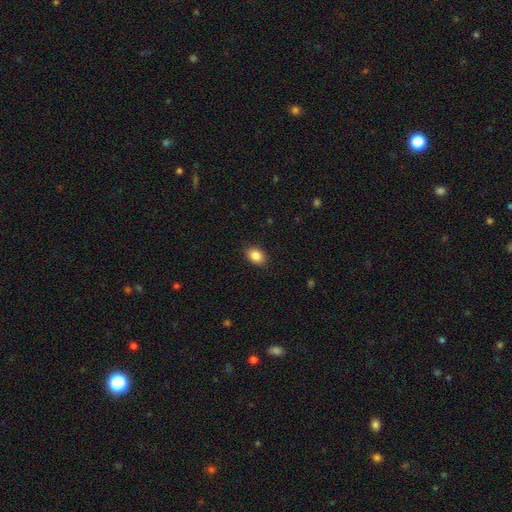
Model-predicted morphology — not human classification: This is clearly a smooth galaxy (87%). How rounded: likely in between (79%). Merging: clearly none (89%).